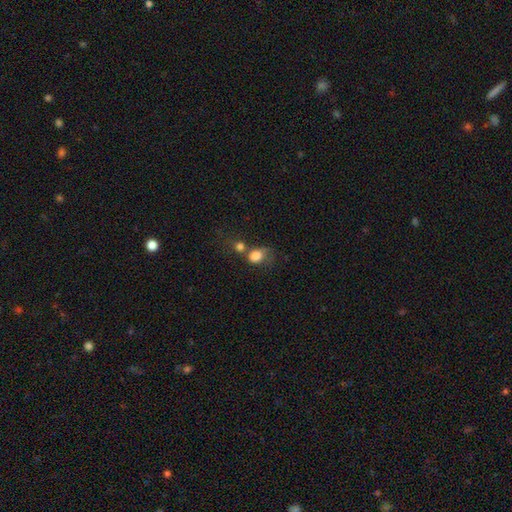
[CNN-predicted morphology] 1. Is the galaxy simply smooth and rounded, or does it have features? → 80% smooth, 10% featured or disk, 10% star or artifact.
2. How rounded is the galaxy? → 51% round, 47% in between, 1% cigar-shaped.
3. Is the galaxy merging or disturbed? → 41% merger, 26% none, 17% major disturbance, 15% minor disturbance.